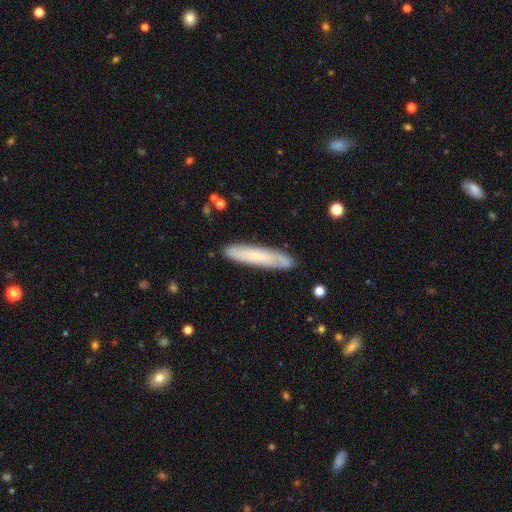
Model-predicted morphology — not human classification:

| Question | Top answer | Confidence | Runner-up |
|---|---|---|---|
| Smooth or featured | smooth | 60% | featured or disk (34%) |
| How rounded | cigar-shaped | 87% | in between (11%) |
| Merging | none | 83% | minor disturbance (13%) |